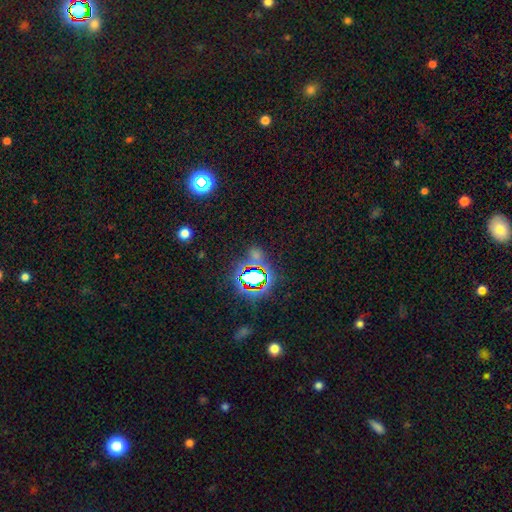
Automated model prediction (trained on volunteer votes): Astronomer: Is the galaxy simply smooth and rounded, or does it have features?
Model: star or artifact — 67%.